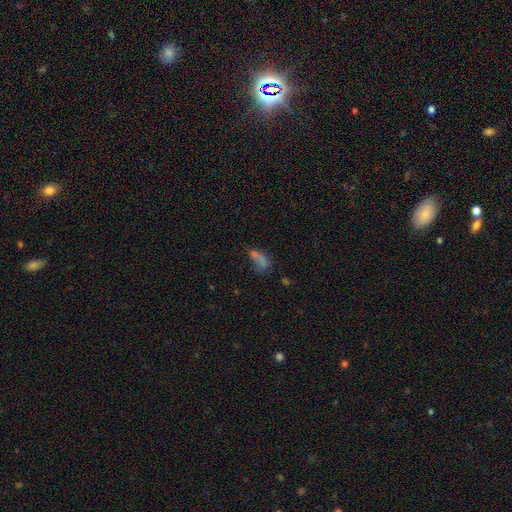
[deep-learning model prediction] Smooth or featured: smooth — 59% (star or artifact — 22%)
How rounded: in between — 68% (cigar-shaped — 21%)
Merging: none — 37% (merger — 31%)